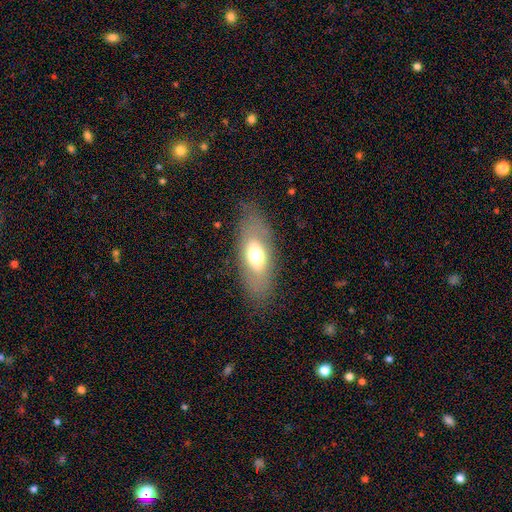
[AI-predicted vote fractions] This is possibly a smooth galaxy (60%). How rounded: clearly in between (82%). Merging: likely none (79%).